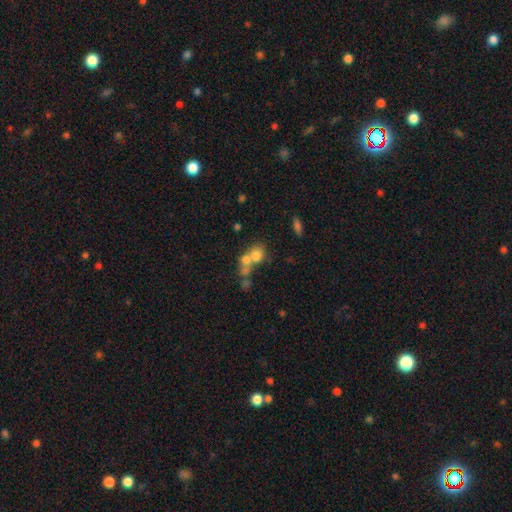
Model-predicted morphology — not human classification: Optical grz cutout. It shows a smooth galaxy with no disk features (67%) that is round (70%). Merging: merger (61%).